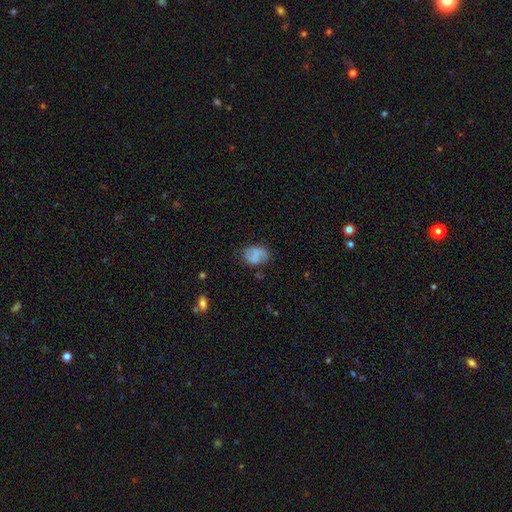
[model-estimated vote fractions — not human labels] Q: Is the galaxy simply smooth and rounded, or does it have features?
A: smooth — 64%.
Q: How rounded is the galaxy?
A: in between — 74%.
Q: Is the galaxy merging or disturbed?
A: none — 62%.